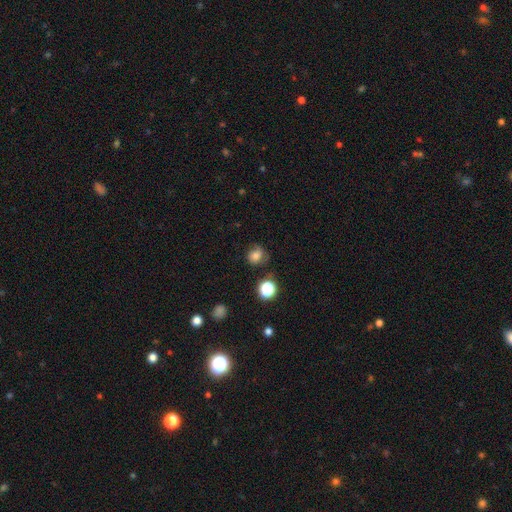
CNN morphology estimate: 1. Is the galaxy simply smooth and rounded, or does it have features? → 73% smooth, 15% star or artifact, 12% featured or disk.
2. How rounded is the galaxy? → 73% round, 26% in between, 1% cigar-shaped.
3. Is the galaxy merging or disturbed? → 64% none, 23% minor disturbance, 9% major disturbance, 3% merger.